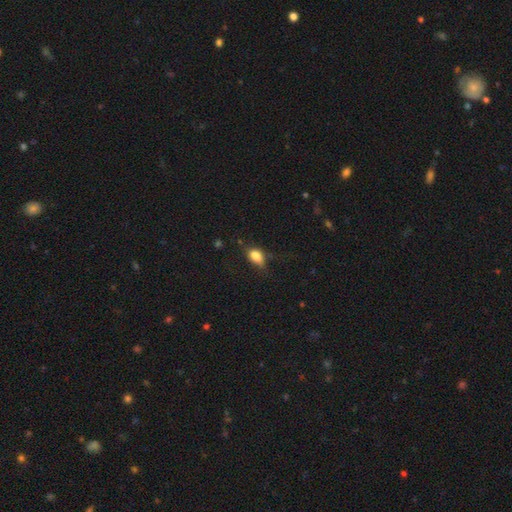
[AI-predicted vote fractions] Q: Smooth or featured?
A: smooth (81%); runner-up: featured or disk (10%)
Q: How rounded?
A: in between (83%); runner-up: round (12%)
Q: Merging?
A: none (51%); runner-up: minor disturbance (33%)